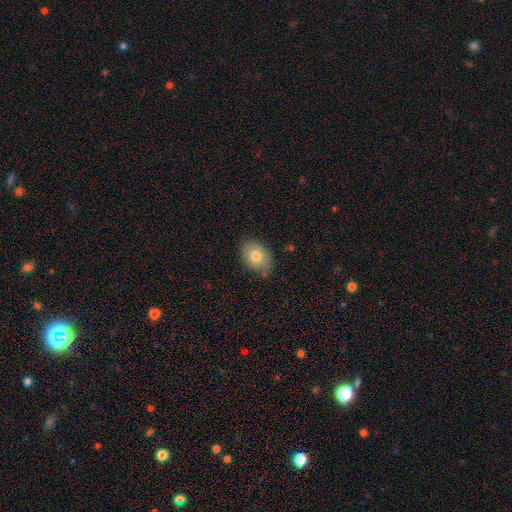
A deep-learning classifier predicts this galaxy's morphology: Smooth or featured? Predicted: smooth (p=0.76). How rounded? Predicted: in between (p=0.75). Merging? Predicted: none (p=0.78).